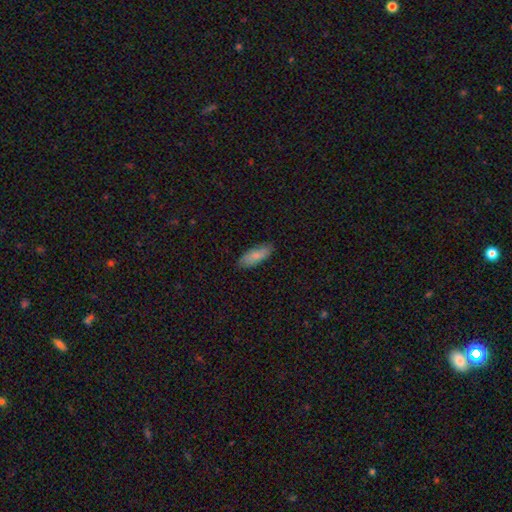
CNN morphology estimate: Smooth or featured: smooth — 82% (featured or disk — 12%)
How rounded: in between — 69% (cigar-shaped — 29%)
Merging: none — 84% (minor disturbance — 13%)